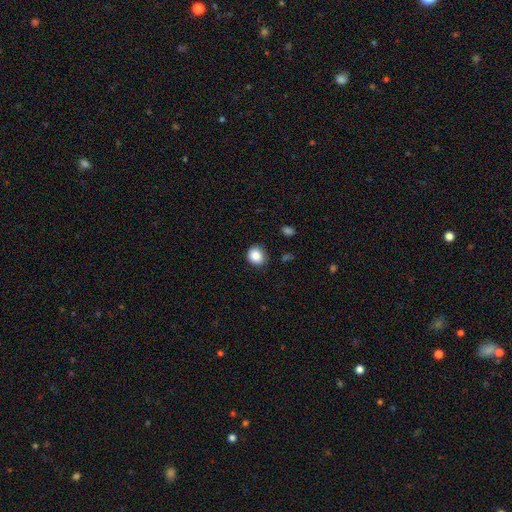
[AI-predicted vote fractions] Overall: smooth (86%). How rounded: round (78%). Merging: none (83%).